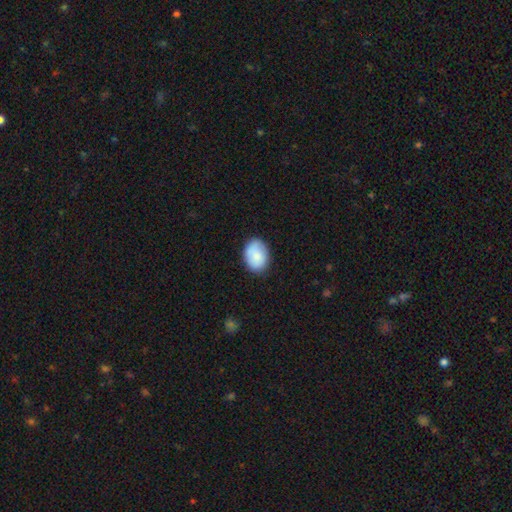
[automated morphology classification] Smooth or featured?
  - smooth: 84% *
  - featured or disk: 10%
  - star or artifact: 7%
How rounded?
  - in between: 72% *
  - round: 27%
  - cigar-shaped: 1%
Merging?
  - none: 80% *
  - minor disturbance: 15%
  - major disturbance: 3%
  - merger: 1%